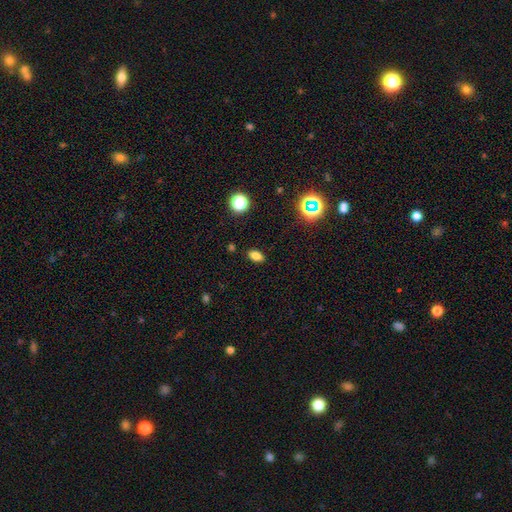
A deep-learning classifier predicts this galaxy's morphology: The model was most divided on "smooth or featured": smooth: 78%, star or artifact: 15%, featured or disk: 7%. More confident: merging — none (87%); how rounded — in between (86%).